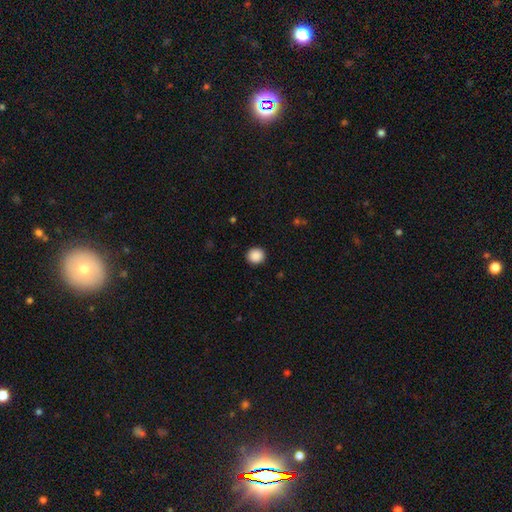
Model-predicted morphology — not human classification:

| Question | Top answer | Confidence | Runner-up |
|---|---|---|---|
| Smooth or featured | smooth | 89% | star or artifact (9%) |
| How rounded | round | 92% | in between (7%) |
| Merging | none | 92% | minor disturbance (5%) |